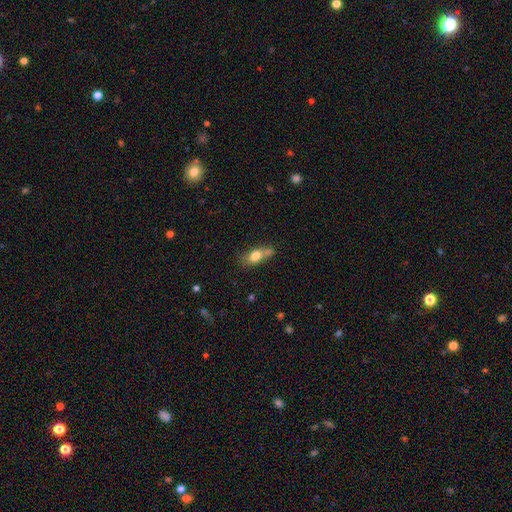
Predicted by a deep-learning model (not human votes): A smooth galaxy with no disk features (73%) that is in between round and cigar-shaped (73%).

Vote fractions:
- Smooth or featured? smooth: 73% / featured or disk: 18% / star or artifact: 9%
- How rounded? in between: 73% / cigar-shaped: 17% / round: 10%
- Merging? none: 42% / merger: 25% / minor disturbance: 23% / major disturbance: 9%